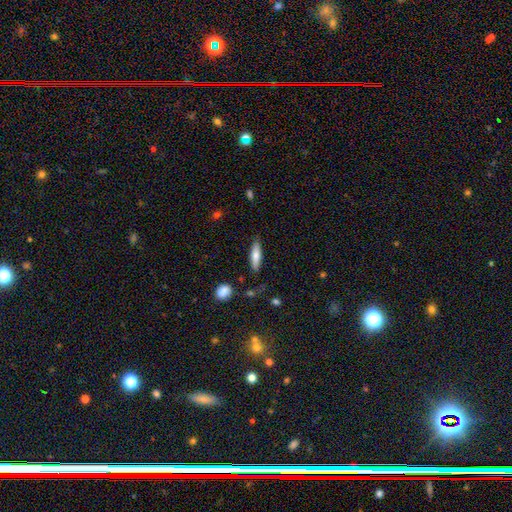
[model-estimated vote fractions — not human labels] Overall: smooth (69%). How rounded: cigar-shaped (72%). Merging: none (84%).